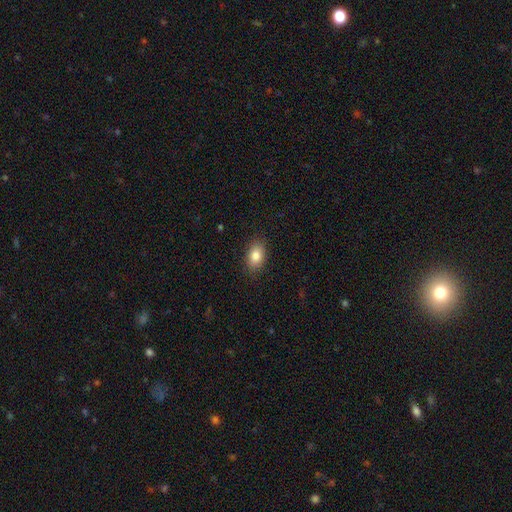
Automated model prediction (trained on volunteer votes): Smooth or featured? Predicted: smooth (p=0.84). How rounded? Predicted: in between (p=0.84). Merging? Predicted: none (p=0.87).